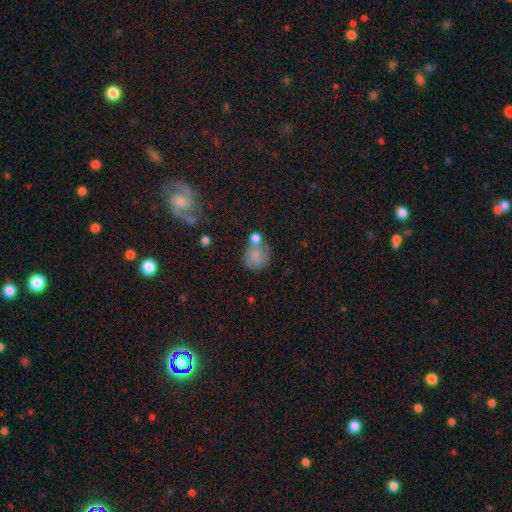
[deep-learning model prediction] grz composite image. It shows a smooth galaxy with no disk features (79%) that is round (78%). Merging: none (47%).